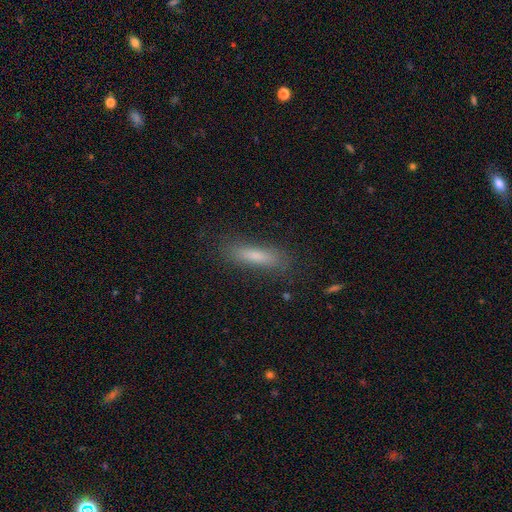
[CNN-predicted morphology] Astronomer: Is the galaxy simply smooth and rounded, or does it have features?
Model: smooth — 73%.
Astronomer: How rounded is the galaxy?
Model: cigar-shaped — 74%.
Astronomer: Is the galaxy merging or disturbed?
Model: none — 83%.